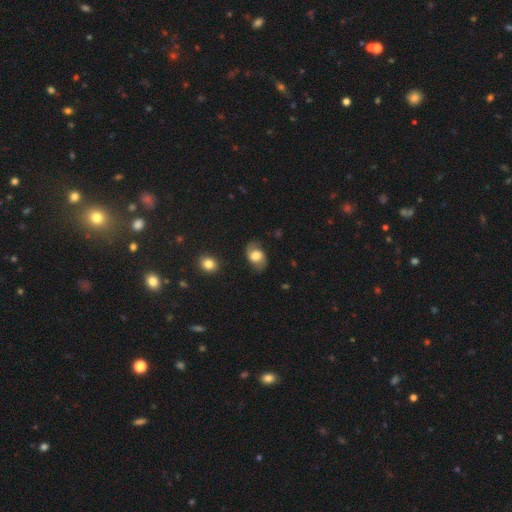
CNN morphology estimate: smooth_or_featured: smooth (p=0.57) [alt: featured or disk p=0.35]
how_rounded: in between (p=0.75) [alt: round p=0.23]
merging: none (p=0.74) [alt: minor disturbance p=0.18]